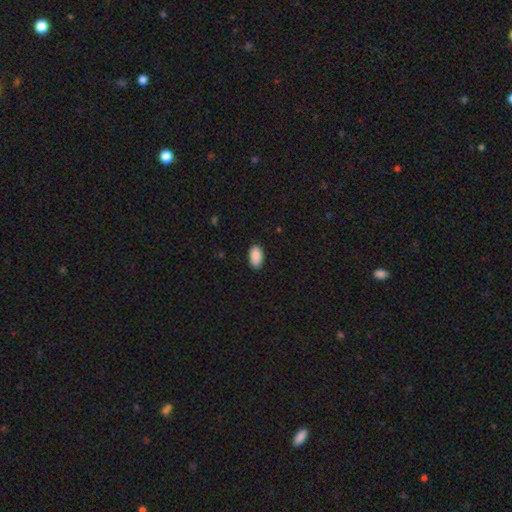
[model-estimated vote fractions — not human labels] A smooth galaxy with no disk features (90%) that is in between round and cigar-shaped (95%).

Vote fractions:
- Smooth or featured? smooth: 90% / star or artifact: 7% / featured or disk: 3%
- How rounded? in between: 95% / round: 4% / cigar-shaped: 2%
- Merging? none: 87% / minor disturbance: 10% / major disturbance: 2% / merger: 1%